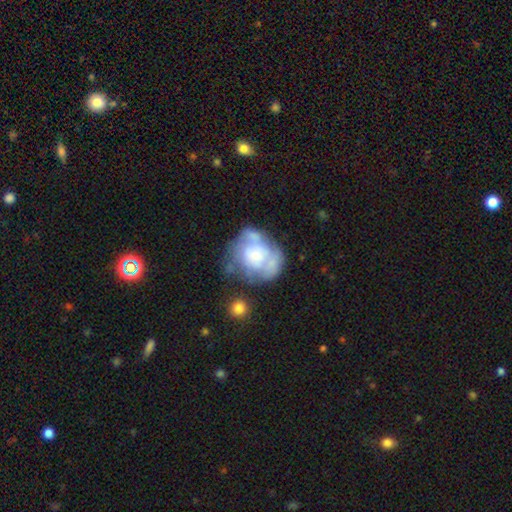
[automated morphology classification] Q: Smooth or featured?
A: featured or disk (59%); runner-up: smooth (33%)
Q: Edge-on disk?
A: no (97%); runner-up: yes (3%)
Q: Bar?
A: no (83%); runner-up: weak (14%)
Q: Spiral arms?
A: no (57%); runner-up: yes (43%)
Q: Bulge size?
A: small (47%); runner-up: moderate (38%)
Q: Merging?
A: none (41%); runner-up: minor disturbance (24%)